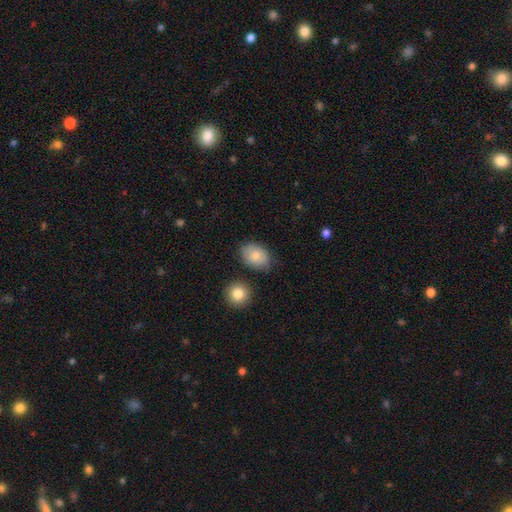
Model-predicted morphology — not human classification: Smooth or featured? Predicted: smooth (p=0.81). How rounded? Predicted: in between (p=0.78). Merging? Predicted: none (p=0.75).